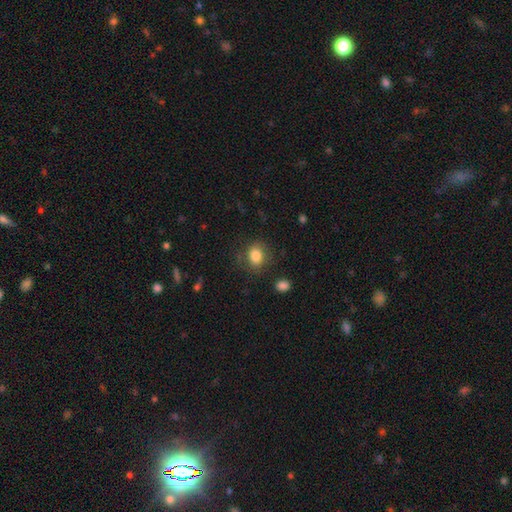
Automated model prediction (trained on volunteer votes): This appears to be a smooth galaxy with no disk features (84%) that is in between round and cigar-shaped (54%). Merging: none (76%).